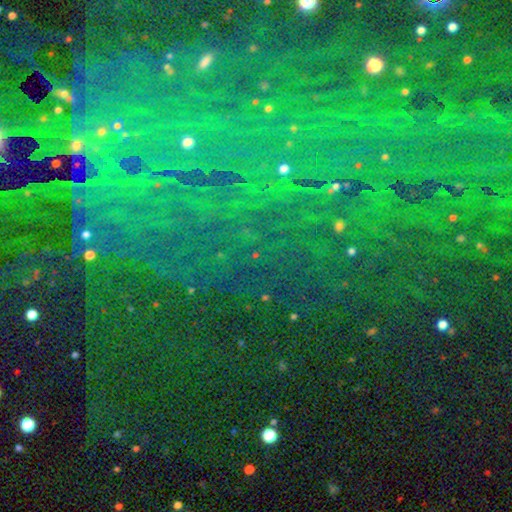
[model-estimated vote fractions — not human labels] Smooth or featured? star or artifact (78%)